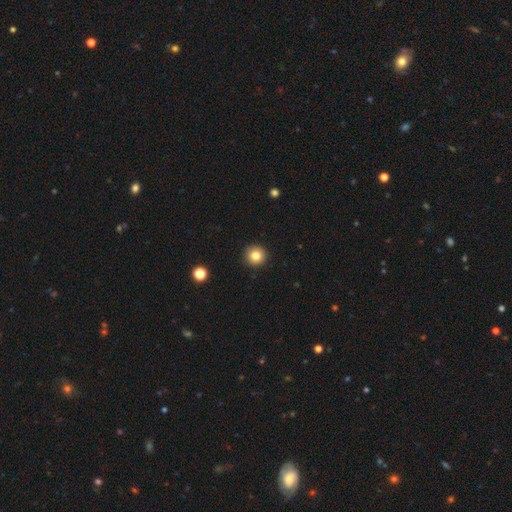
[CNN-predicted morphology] Smooth or featured? smooth (82%)
How rounded? round (94%)
Merging? none (92%)